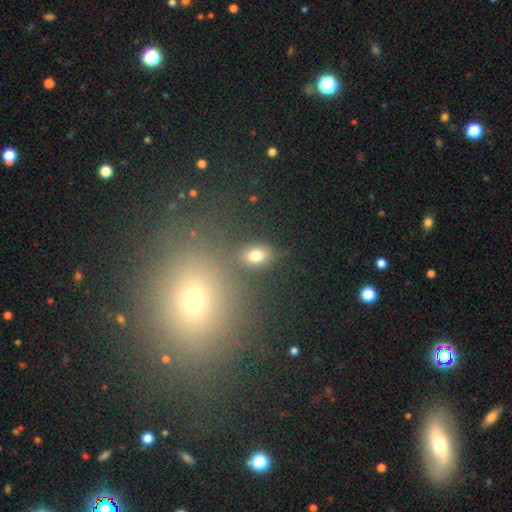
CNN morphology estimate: Overall: smooth (77%). How rounded: in between (70%). Merging: none (80%).